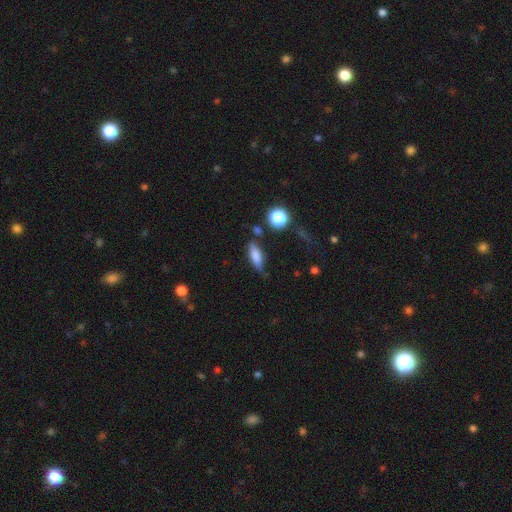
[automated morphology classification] smooth 76%, featured or disk 15%, star or artifact 9%. Down the decision tree: how rounded — in between (55%); merging — none (71%).